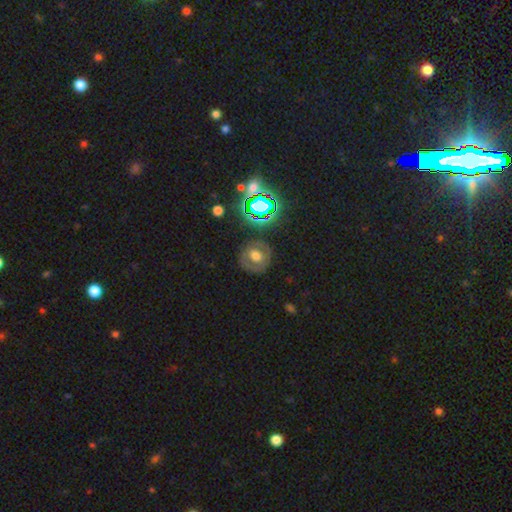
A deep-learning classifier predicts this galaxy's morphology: A smooth galaxy with no disk features (48%). Merging: none (79%).